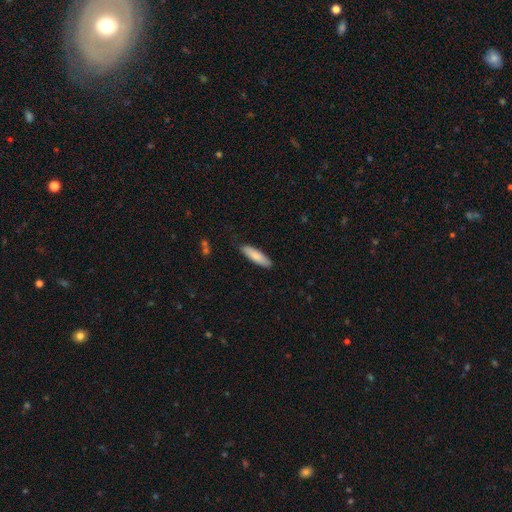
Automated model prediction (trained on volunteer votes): A smooth galaxy with no disk features (84%) that is cigar-shaped (62%). Merging: none (87%).